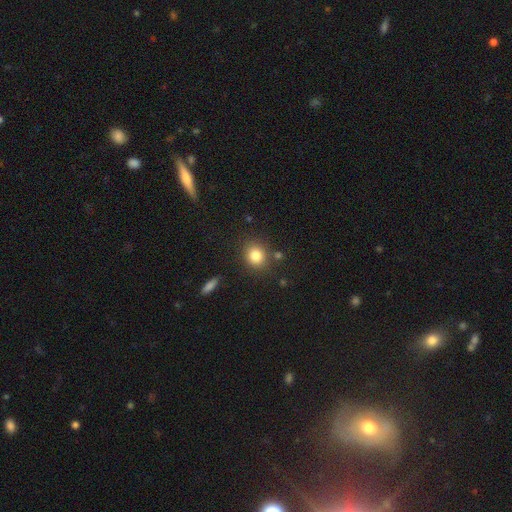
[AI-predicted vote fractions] smooth_or_featured: smooth (p=0.82) [alt: star or artifact p=0.11]
how_rounded: round (p=0.74) [alt: in between p=0.25]
merging: none (p=0.83) [alt: minor disturbance p=0.10]